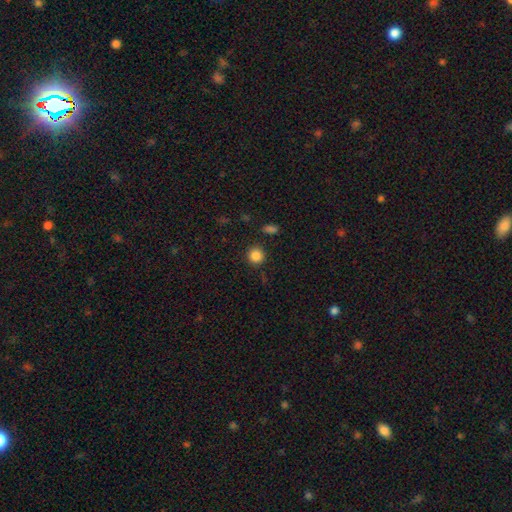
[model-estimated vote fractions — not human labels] A smooth galaxy with no disk features (86%) that is round (92%).

Vote fractions:
- Smooth or featured? smooth: 86% / star or artifact: 11% / featured or disk: 4%
- How rounded? round: 92% / in between: 7% / cigar-shaped: 1%
- Merging? none: 88% / minor disturbance: 7% / major disturbance: 3% / merger: 3%